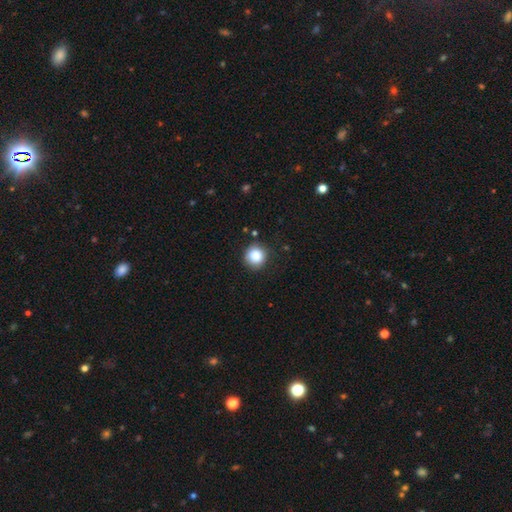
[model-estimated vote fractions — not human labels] Smooth or featured? Predicted: smooth (p=0.86). How rounded? Predicted: round (p=0.91). Merging? Predicted: none (p=0.85).